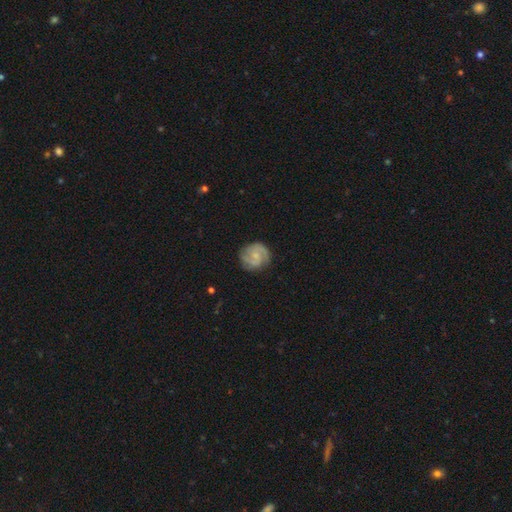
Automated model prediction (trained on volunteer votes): Smooth or featured: featured or disk — 64% (smooth — 30%)
Edge-on disk: no — 98% (yes — 2%)
Bar: no — 65% (weak — 30%)
Spiral arms: yes — 90% (no — 10%)
Spiral winding: medium — 43% (tight — 42%)
Spiral arm count: 2 — 57% (can't tell — 18%)
Bulge size: small — 58% (moderate — 27%)
Merging: none — 77% (minor disturbance — 16%)